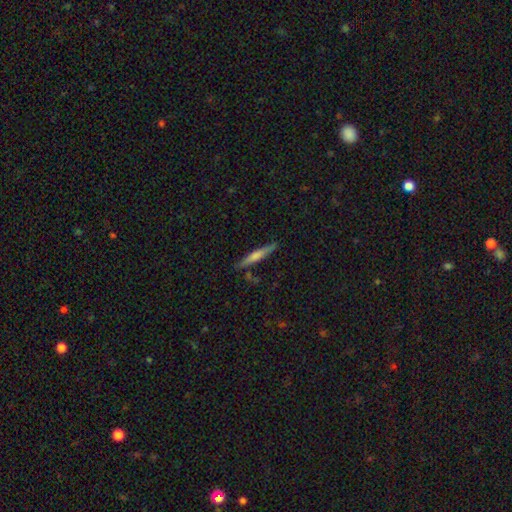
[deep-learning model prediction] smooth_or_featured: smooth (p=0.50) [alt: featured or disk p=0.44]
how_rounded: cigar-shaped (p=0.93) [alt: in between p=0.05]
merging: none (p=0.86) [alt: minor disturbance p=0.10]